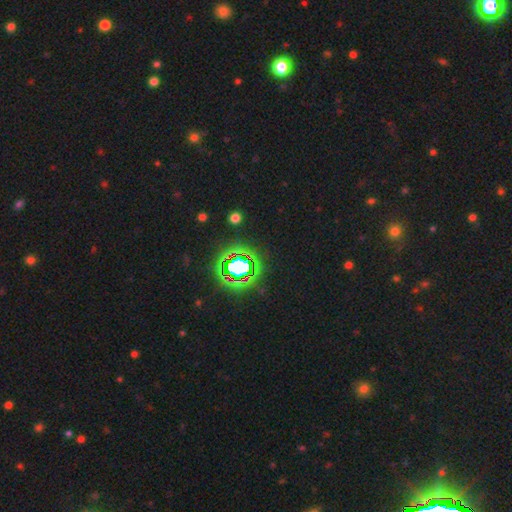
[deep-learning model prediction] This is clearly a star or artifact rather than a galaxy (82%).